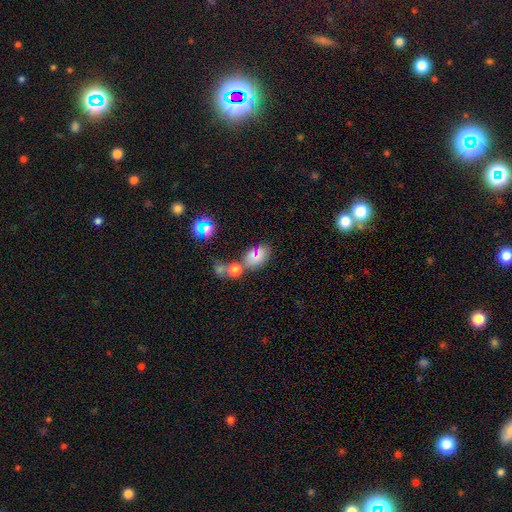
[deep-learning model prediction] The model was most divided on "merging": none: 51%, merger: 25%, minor disturbance: 16%, major disturbance: 8%. More confident: how rounded — in between (80%); smooth or featured — smooth (63%).